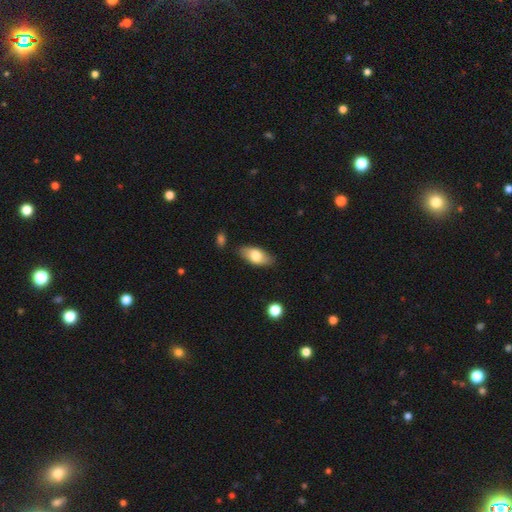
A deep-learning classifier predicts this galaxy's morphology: smooth 76%, featured or disk 18%, star or artifact 6%. Down the decision tree: how rounded — in between (89%); merging — none (83%).